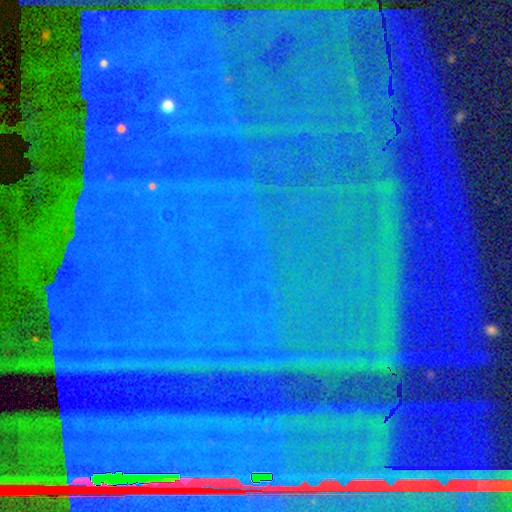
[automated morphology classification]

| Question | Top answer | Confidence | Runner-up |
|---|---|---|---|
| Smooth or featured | star or artifact | 88% | featured or disk (7%) |